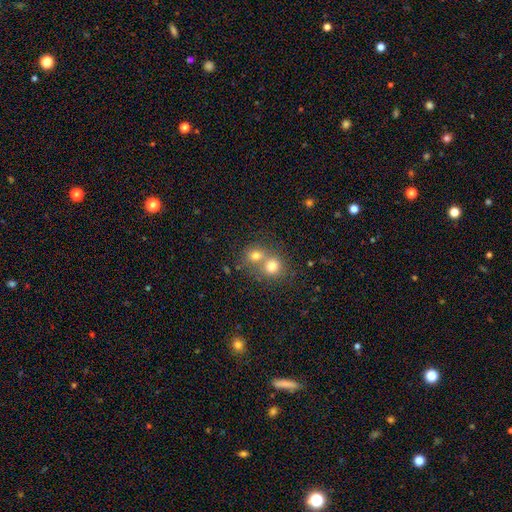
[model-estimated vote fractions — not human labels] Overall: smooth (74%). How rounded: round (76%). Merging: merger (58%; none 34%).